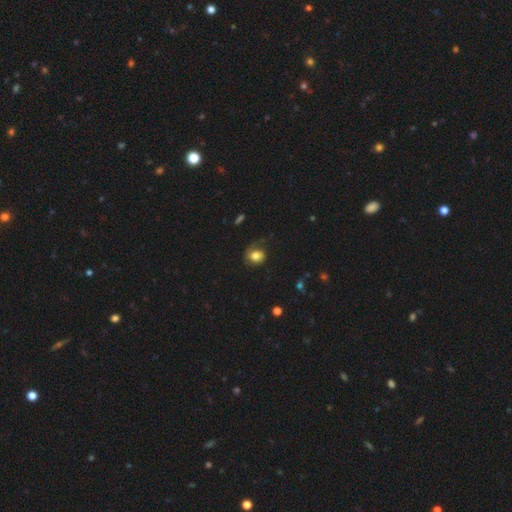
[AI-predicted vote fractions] Morphology: type=smooth (68%); roundness=round (69%); merging=none (52%).